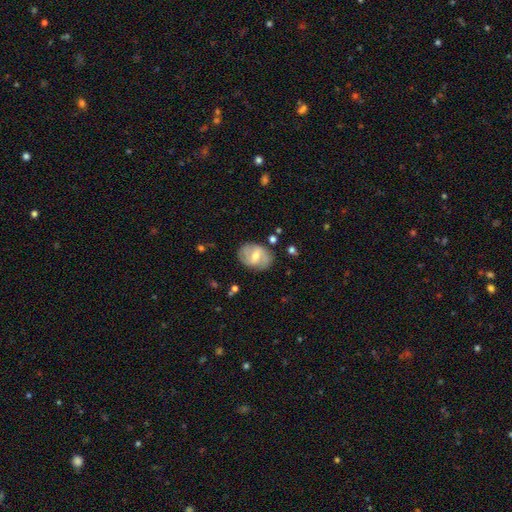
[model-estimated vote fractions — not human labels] smooth-or-featured: featured or disk: 62% | smooth: 31% | star or artifact: 7%
  disk-edge-on: no: 96% | yes: 4%
    bar: weak: 51% | strong: 27% | no: 22%
    has-spiral-arms: yes: 74% | no: 26%
    bulge-size: moderate: 60% | small: 34% | large: 3% | none: 2% | dominant: 1%
  merging: none: 76% | minor disturbance: 16% | major disturbance: 5% | merger: 2%